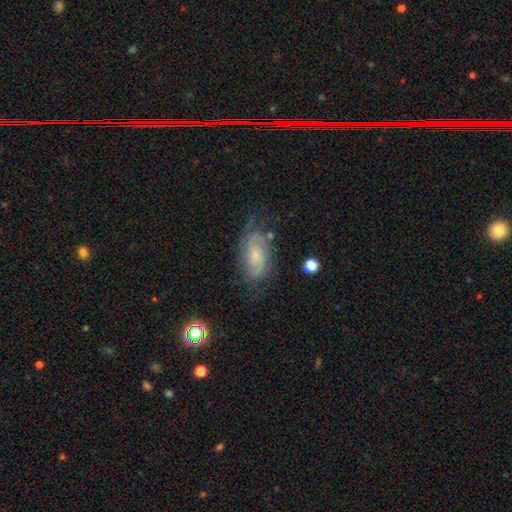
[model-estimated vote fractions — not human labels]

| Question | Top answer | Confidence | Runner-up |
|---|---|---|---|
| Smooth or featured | featured or disk | 76% | smooth (16%) |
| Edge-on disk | no | 96% | yes (4%) |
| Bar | no | 61% | weak (33%) |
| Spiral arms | yes | 94% | no (6%) |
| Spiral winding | tight | 49% | medium (39%) |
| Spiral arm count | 2 | 57% | can't tell (24%) |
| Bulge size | small | 60% | moderate (29%) |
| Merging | none | 63% | minor disturbance (23%) |